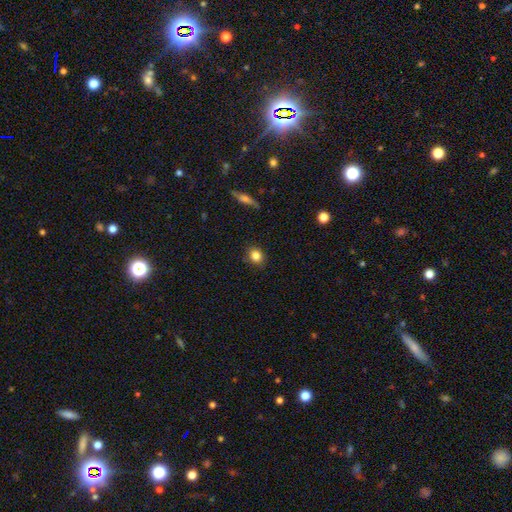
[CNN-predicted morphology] The model was most divided on "how rounded": round: 67%, in between: 32%, cigar-shaped: 1%. More confident: merging — none (86%); smooth or featured — smooth (84%).